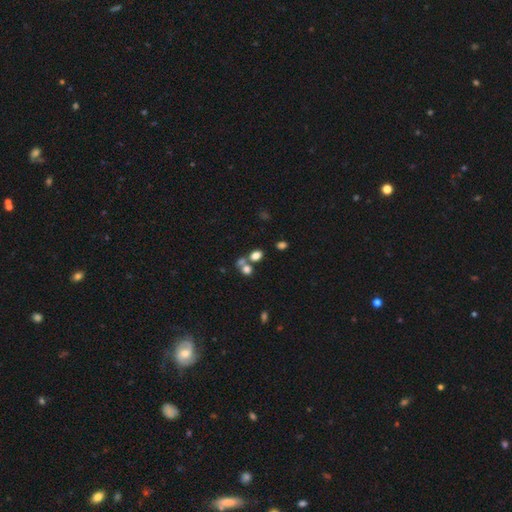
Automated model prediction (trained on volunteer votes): This is likely a smooth galaxy (73%). How rounded: possibly in between (59%). Merging: possibly none (48%).